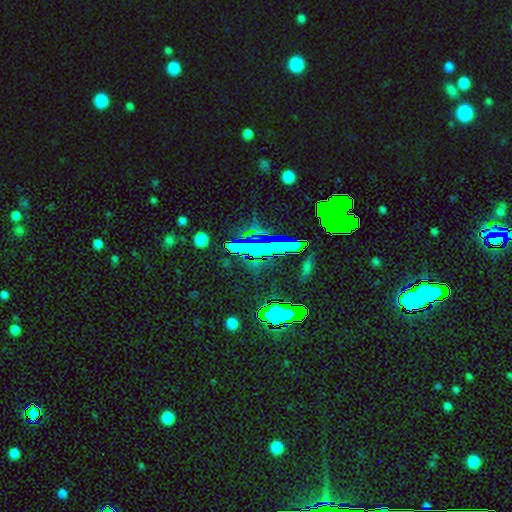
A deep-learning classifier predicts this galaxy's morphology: type=star or artifact (75%).